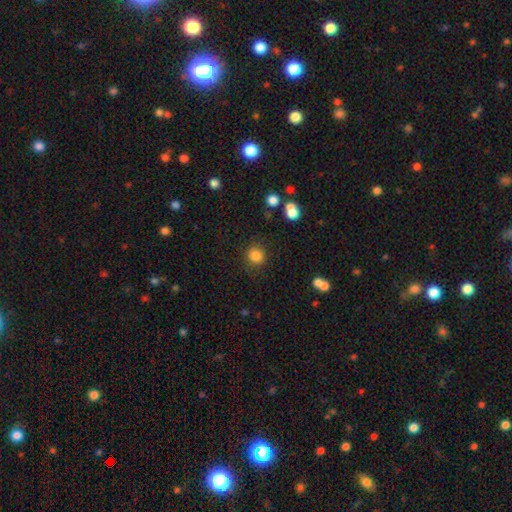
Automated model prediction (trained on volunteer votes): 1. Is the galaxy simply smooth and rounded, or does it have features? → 84% smooth, 11% star or artifact, 5% featured or disk.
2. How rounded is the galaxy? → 89% round, 10% in between, 1% cigar-shaped.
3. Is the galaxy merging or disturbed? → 86% none, 8% minor disturbance, 3% major disturbance, 2% merger.